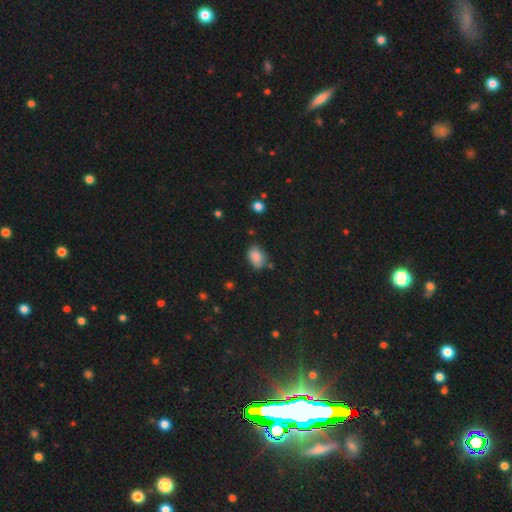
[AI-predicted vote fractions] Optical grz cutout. It shows a smooth galaxy with no disk features (86%) that is in between round and cigar-shaped (86%). Merging: none (74%).